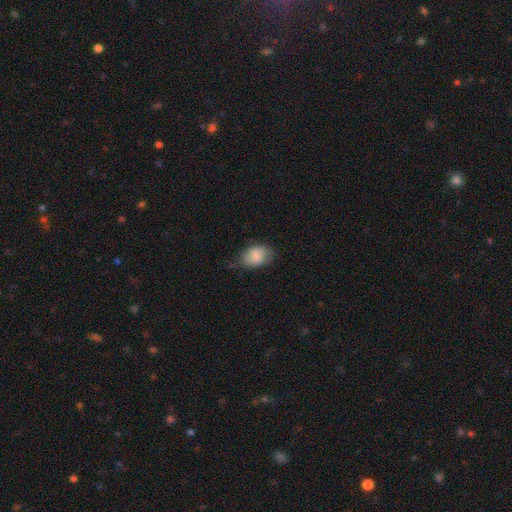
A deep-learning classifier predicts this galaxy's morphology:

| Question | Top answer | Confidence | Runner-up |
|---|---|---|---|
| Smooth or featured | smooth | 77% | featured or disk (15%) |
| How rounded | in between | 82% | round (17%) |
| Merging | none | 63% | minor disturbance (28%) |